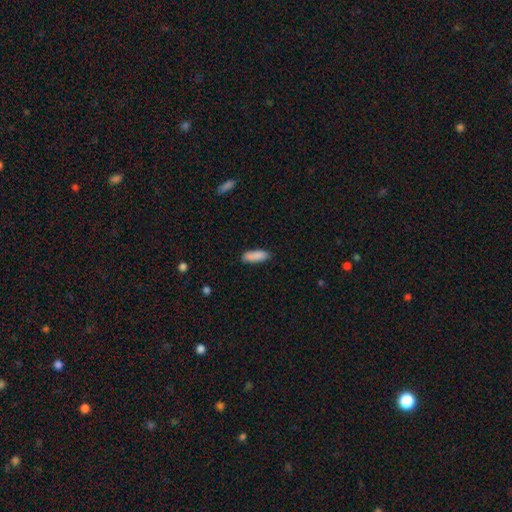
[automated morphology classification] The model was most divided on "how rounded": in between: 60%, cigar-shaped: 38%, round: 2%. More confident: smooth or featured — smooth (89%); merging — none (85%).